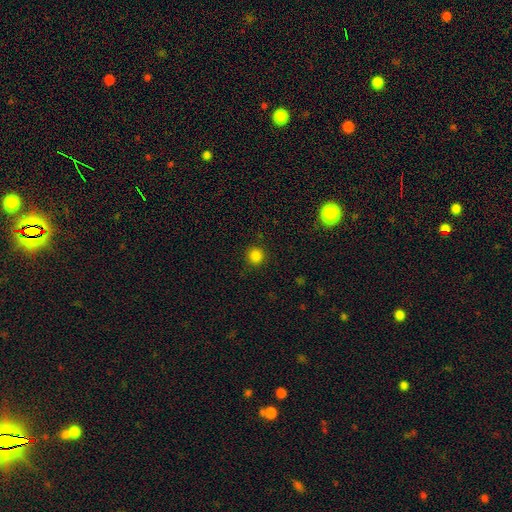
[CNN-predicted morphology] smooth 83%, star or artifact 14%, featured or disk 3%. Down the decision tree: how rounded — round (94%); merging — none (91%).